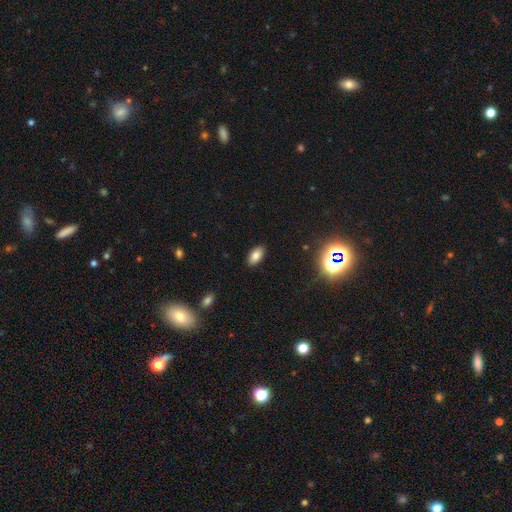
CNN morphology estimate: The model was most divided on "smooth or featured": smooth: 81%, star or artifact: 11%, featured or disk: 8%. More confident: how rounded — in between (93%); merging — none (89%).